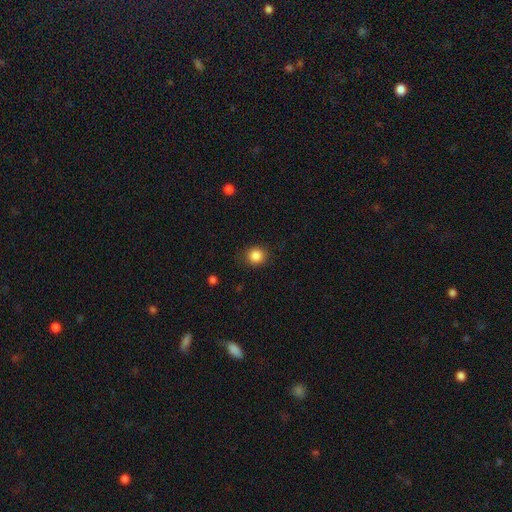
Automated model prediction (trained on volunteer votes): A smooth galaxy with no disk features (85%) that is round (84%). Merging: none (87%).